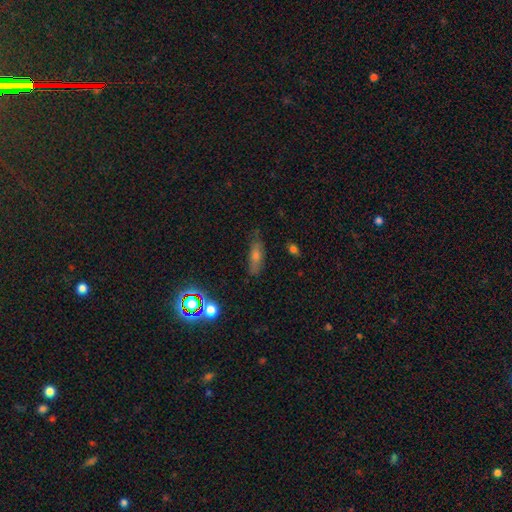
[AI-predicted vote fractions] A smooth galaxy with no disk features (47%). Merging: none (75%).